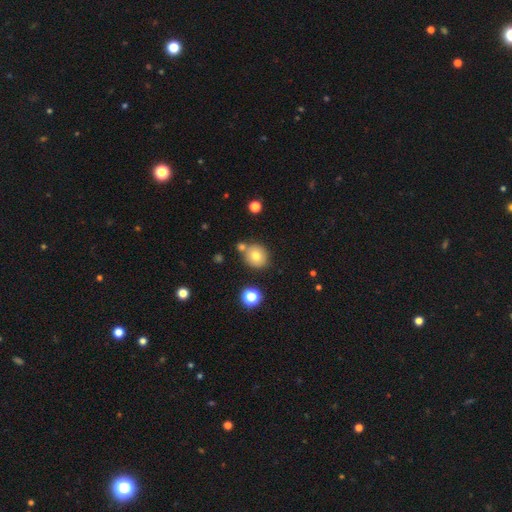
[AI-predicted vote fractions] Smooth or featured?
  - smooth: 75% *
  - featured or disk: 13%
  - star or artifact: 13%
How rounded?
  - round: 85% *
  - in between: 14%
  - cigar-shaped: 1%
Merging?
  - none: 71% *
  - merger: 15%
  - minor disturbance: 11%
  - major disturbance: 3%